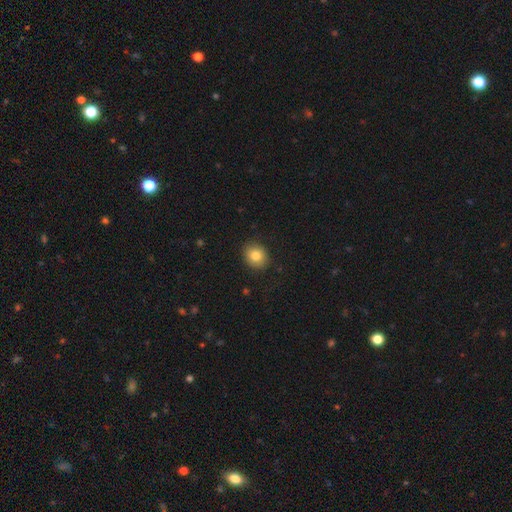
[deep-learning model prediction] The model was most divided on "how rounded": round: 65%, in between: 34%, cigar-shaped: 1%. More confident: merging — none (88%); smooth or featured — smooth (82%).